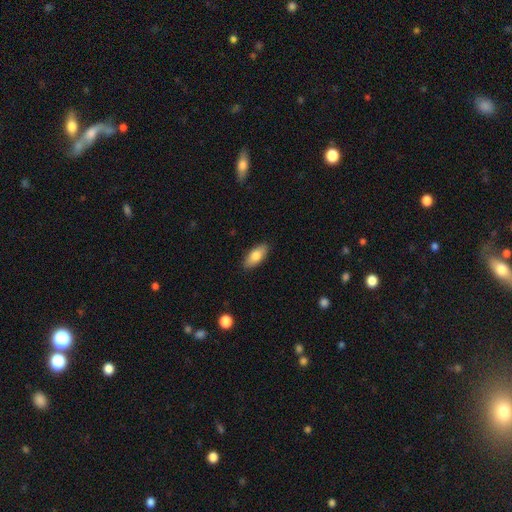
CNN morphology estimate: Smooth or featured? Predicted: smooth (p=0.80). How rounded? Predicted: in between (p=0.85). Merging? Predicted: none (p=0.88).